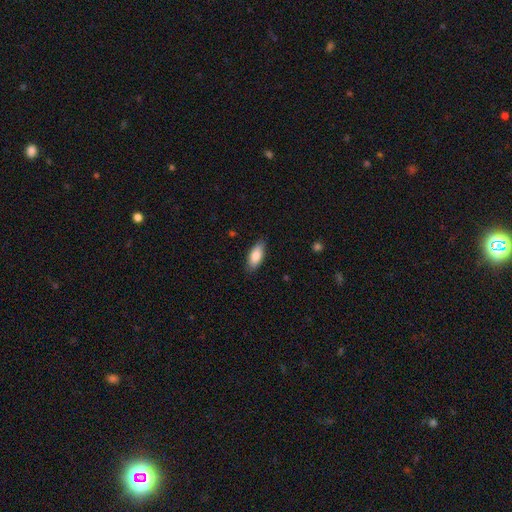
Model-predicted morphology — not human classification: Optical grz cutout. It shows a smooth galaxy with no disk features (84%) that is in between round and cigar-shaped (82%). Merging: none (84%).